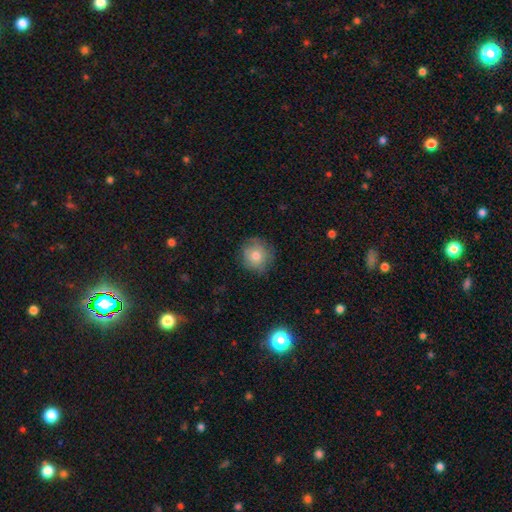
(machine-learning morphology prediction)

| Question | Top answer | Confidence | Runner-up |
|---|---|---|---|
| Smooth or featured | smooth | 74% | featured or disk (17%) |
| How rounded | round | 91% | in between (8%) |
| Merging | none | 79% | minor disturbance (16%) |